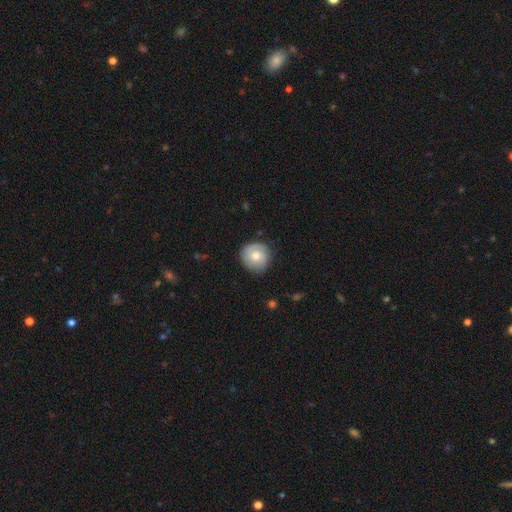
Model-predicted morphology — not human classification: Smooth or featured?
  - smooth: 66% *
  - featured or disk: 27%
  - star or artifact: 7%
How rounded?
  - round: 92% *
  - in between: 7%
  - cigar-shaped: 1%
Merging?
  - none: 78% *
  - minor disturbance: 17%
  - major disturbance: 4%
  - merger: 1%